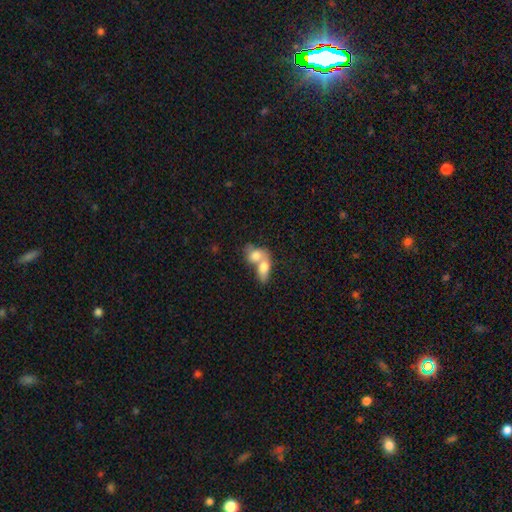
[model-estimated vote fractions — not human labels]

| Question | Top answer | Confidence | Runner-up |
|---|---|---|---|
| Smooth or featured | smooth | 74% | featured or disk (19%) |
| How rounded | in between | 71% | round (26%) |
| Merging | merger | 79% | none (12%) |